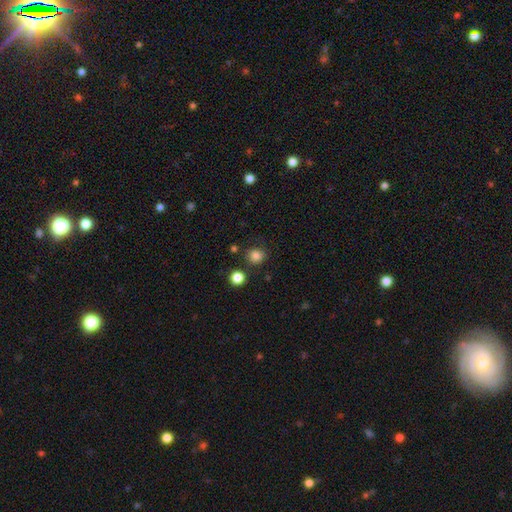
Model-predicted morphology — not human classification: Overall: smooth (83%). How rounded: round (81%). Merging: none (80%).